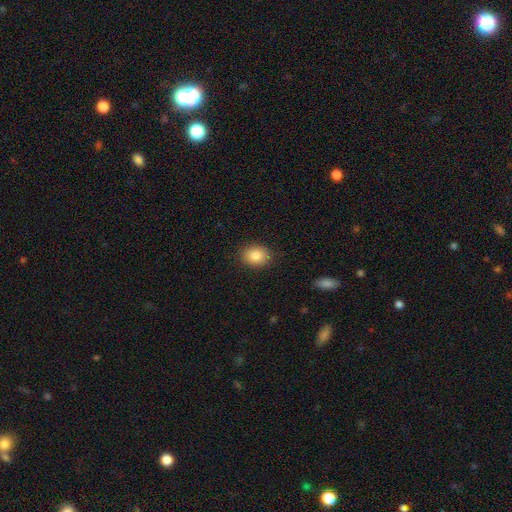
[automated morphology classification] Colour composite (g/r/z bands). It shows a smooth galaxy with no disk features (85%) that is in between round and cigar-shaped (55%). Merging: none (88%).